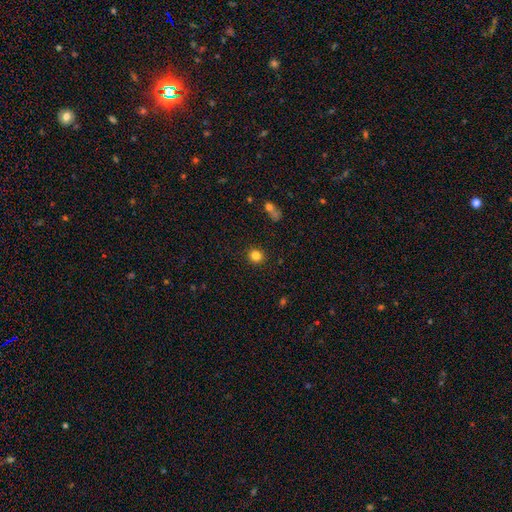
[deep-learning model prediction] A smooth galaxy with no disk features (83%) that is round (86%). Merging: none (90%).